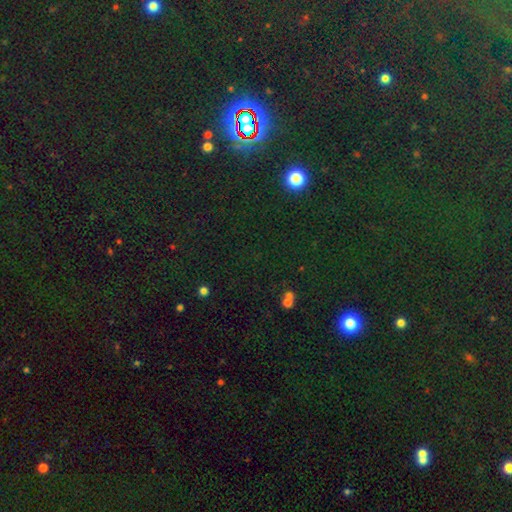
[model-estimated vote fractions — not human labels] A star or artifact, not a galaxy (77%).

Vote fractions:
- Smooth or featured? star or artifact: 77% / smooth: 15% / featured or disk: 7%